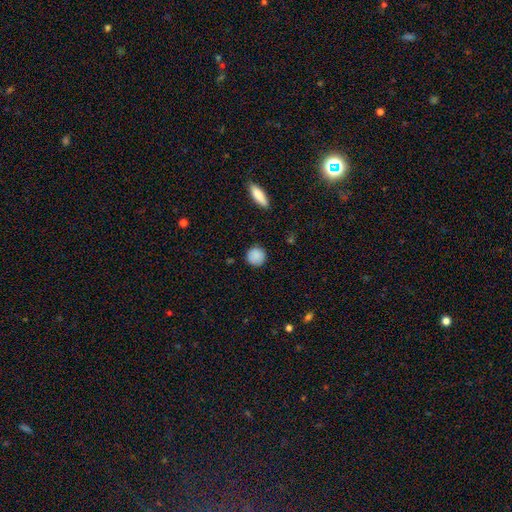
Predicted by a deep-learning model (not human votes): Morphology: type=smooth (88%); roundness=round (93%); merging=none (88%).